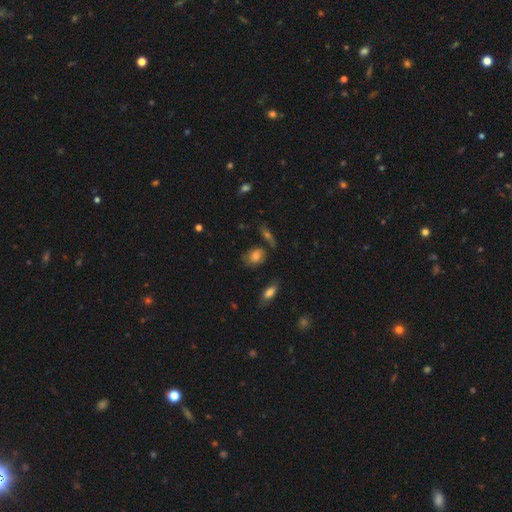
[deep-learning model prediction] A smooth galaxy with no disk features (72%) that is in between round and cigar-shaped (65%).

Vote fractions:
- Smooth or featured? smooth: 72% / featured or disk: 16% / star or artifact: 11%
- How rounded? in between: 65% / round: 32% / cigar-shaped: 3%
- Merging? none: 62% / minor disturbance: 21% / merger: 9% / major disturbance: 8%